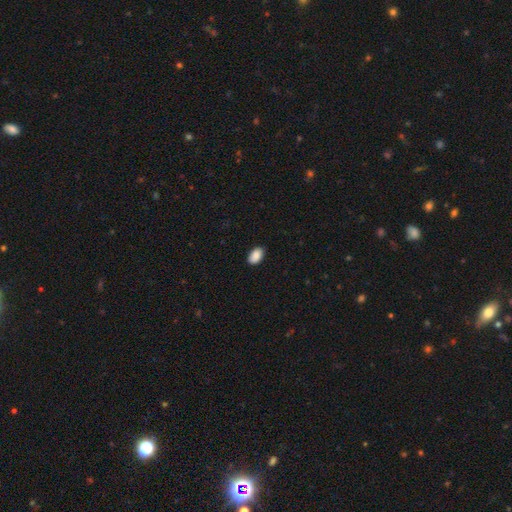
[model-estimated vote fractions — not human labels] This is clearly a smooth galaxy (90%). How rounded: clearly in between (92%). Merging: clearly none (88%).